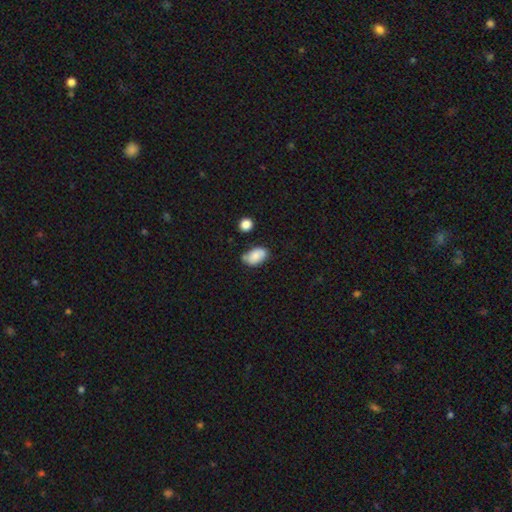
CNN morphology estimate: smooth 71%, featured or disk 21%, star or artifact 8%. Down the decision tree: how rounded — in between (89%); merging — none (63%).